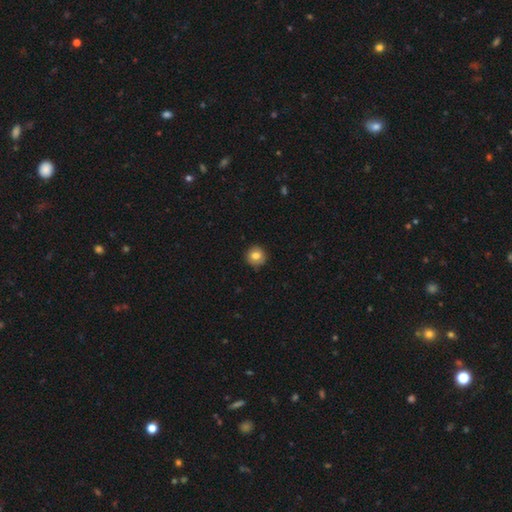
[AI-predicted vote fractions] This appears to be a smooth galaxy with no disk features (81%) that is round (93%). Merging: none (89%).